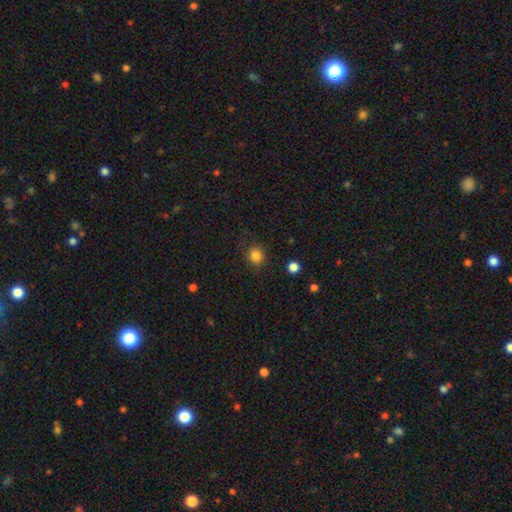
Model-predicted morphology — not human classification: Smooth or featured? smooth (84%)
How rounded? round (85%)
Merging? none (86%)